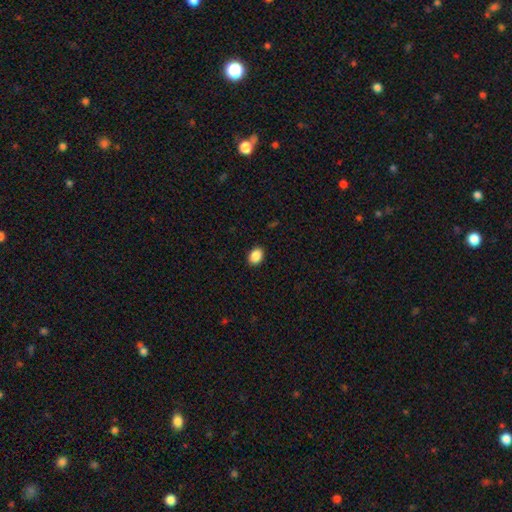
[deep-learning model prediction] Overall: smooth (89%). How rounded: in between (71%). Merging: none (91%).